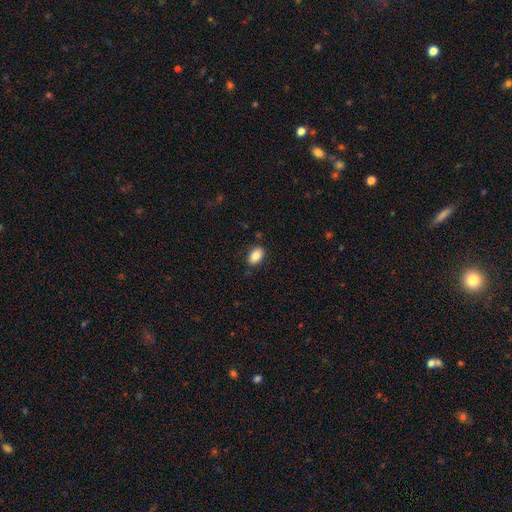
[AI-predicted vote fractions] Smooth or featured? Predicted: smooth (p=0.85). How rounded? Predicted: in between (p=0.86). Merging? Predicted: none (p=0.86).